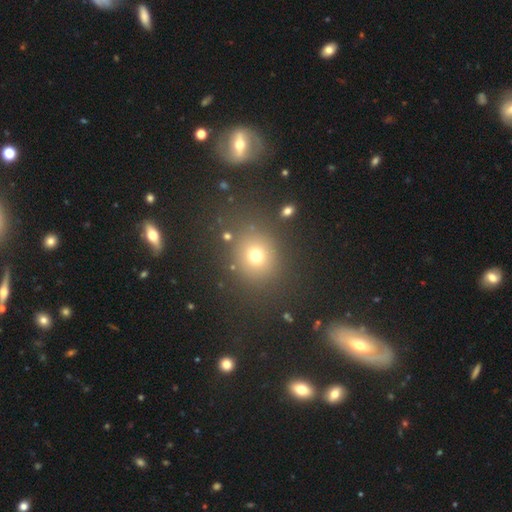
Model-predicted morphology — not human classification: Q: Smooth or featured?
A: smooth (72%); runner-up: star or artifact (20%)
Q: How rounded?
A: round (76%); runner-up: in between (23%)
Q: Merging?
A: none (82%); runner-up: minor disturbance (9%)